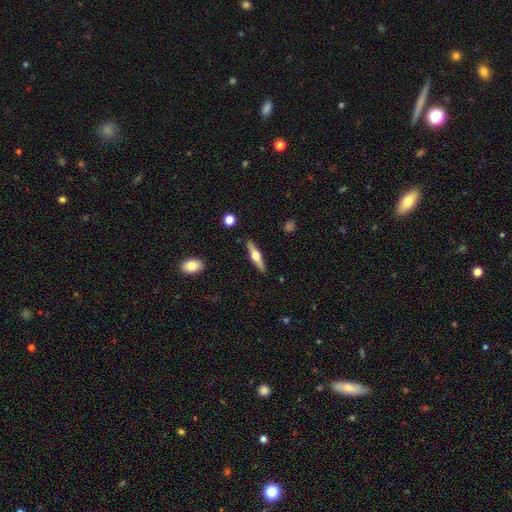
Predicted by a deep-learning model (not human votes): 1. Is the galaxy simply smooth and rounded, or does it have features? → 67% featured or disk, 28% smooth, 5% star or artifact.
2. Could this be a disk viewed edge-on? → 97% yes, 3% no.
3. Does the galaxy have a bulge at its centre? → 95% rounded, 3% boxy, 2% none.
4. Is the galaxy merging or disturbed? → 90% none, 7% minor disturbance, 2% major disturbance, 1% merger.